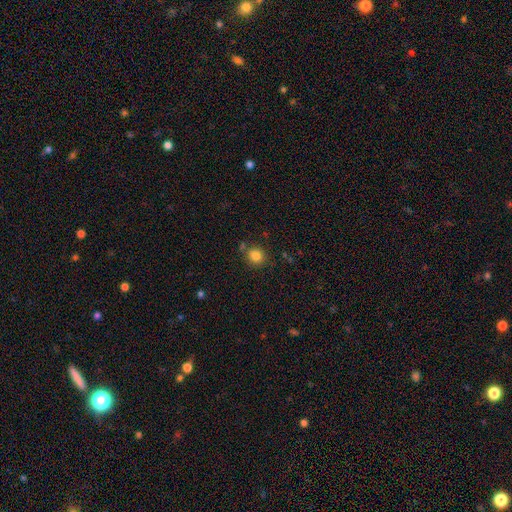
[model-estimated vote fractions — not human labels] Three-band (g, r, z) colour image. It shows a smooth galaxy with no disk features (83%) that is round (85%). Merging: none (78%).